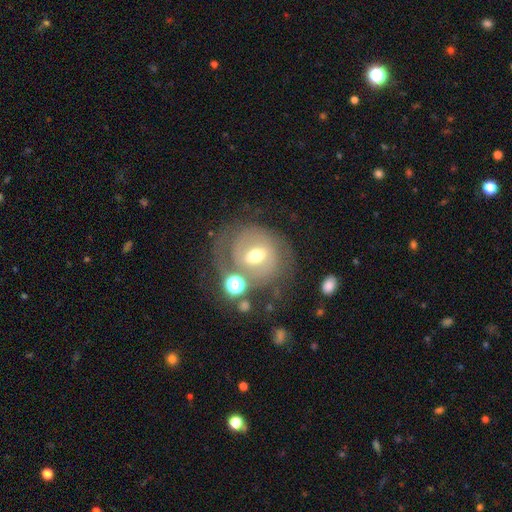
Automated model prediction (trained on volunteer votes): featured or disk 64%, smooth 27%, star or artifact 9%. Down the decision tree: edge-on disk — no (96%); bar — weak (49%); spiral arms — yes (69%); bulge size — moderate (70%); merging — none (57%).